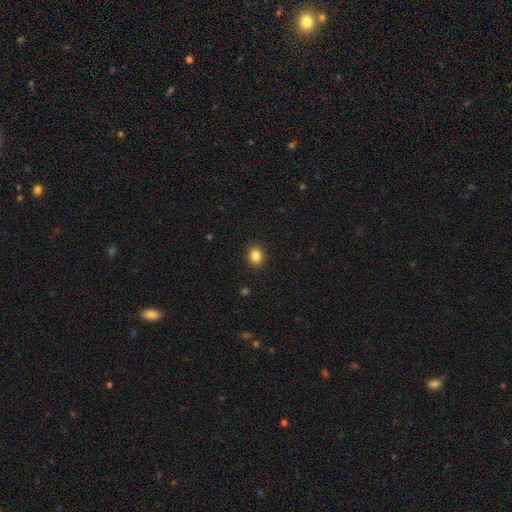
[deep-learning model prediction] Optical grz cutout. It shows a smooth galaxy with no disk features (85%) that is round (59%). Merging: none (90%).